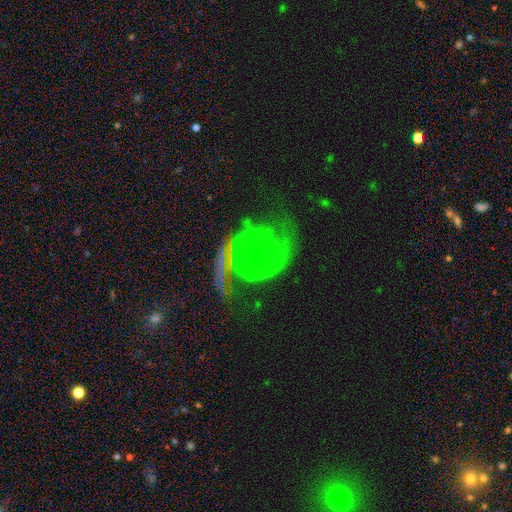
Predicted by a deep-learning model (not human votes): Smooth or featured? Predicted: featured or disk (p=0.91). Edge-on disk? Predicted: no (p=0.98). Bar? Predicted: no (p=0.75). Spiral arms? Predicted: yes (p=0.98). Spiral winding? Predicted: tight (p=0.65). Spiral arm count? Predicted: 2 (p=0.79). Bulge size? Predicted: small (p=0.78). Merging? Predicted: none (p=0.69).